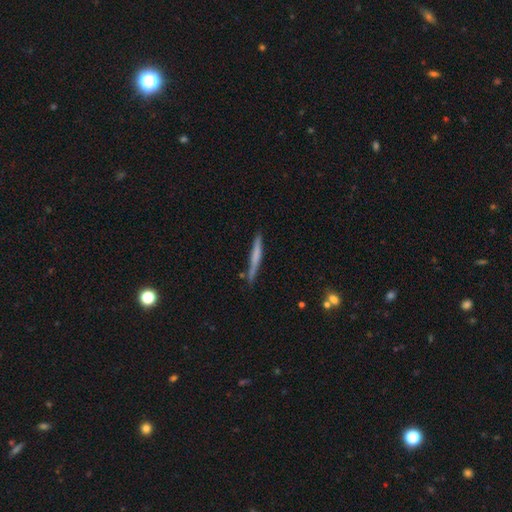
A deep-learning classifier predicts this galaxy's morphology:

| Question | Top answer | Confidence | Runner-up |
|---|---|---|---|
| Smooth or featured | smooth | 54% | featured or disk (40%) |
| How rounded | cigar-shaped | 96% | in between (3%) |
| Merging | none | 82% | minor disturbance (13%) |